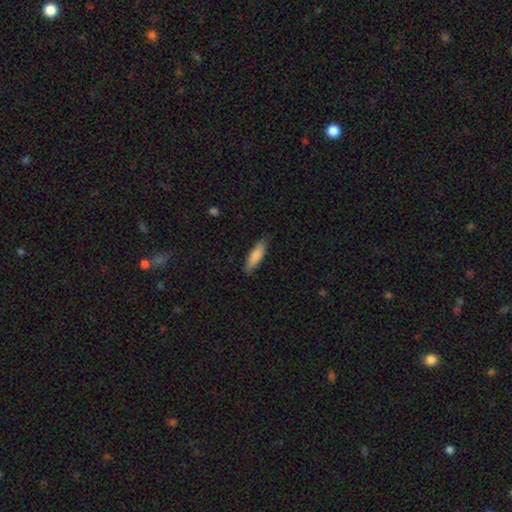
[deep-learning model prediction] Smooth or featured? Predicted: smooth (p=0.83). How rounded? Predicted: cigar-shaped (p=0.61). Merging? Predicted: none (p=0.85).